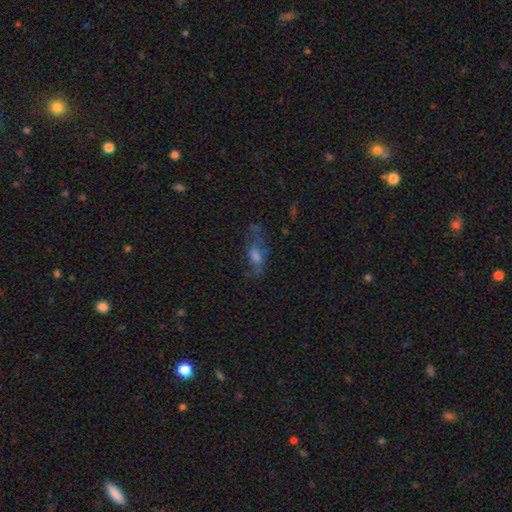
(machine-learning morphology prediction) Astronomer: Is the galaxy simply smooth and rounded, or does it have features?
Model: smooth — 43% (runner-up: featured or disk, 40%).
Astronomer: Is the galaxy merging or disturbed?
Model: none — 46% (runner-up: major disturbance, 27%).